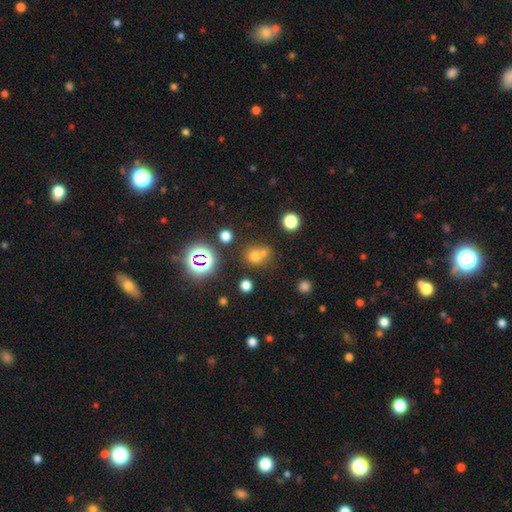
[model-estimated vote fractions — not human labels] This appears to be a smooth galaxy with no disk features (61%) that is round (79%). Merging: none (48%).